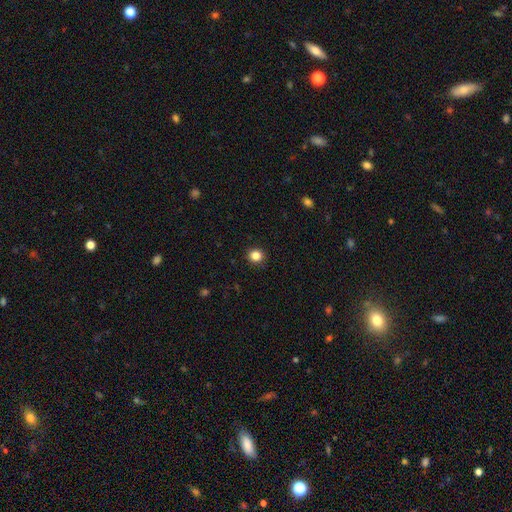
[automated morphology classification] Smooth or featured? smooth (85%)
How rounded? round (87%)
Merging? none (92%)